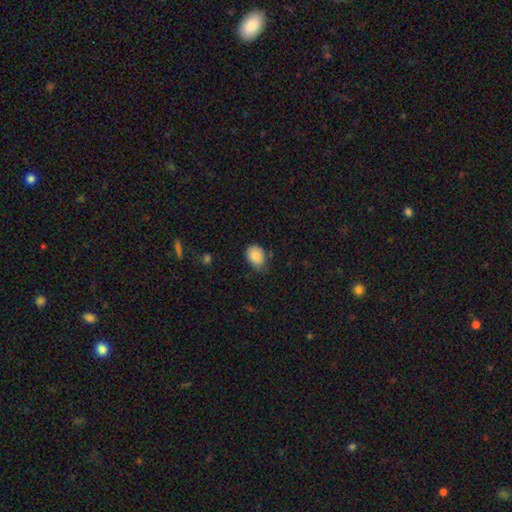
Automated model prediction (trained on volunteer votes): A smooth galaxy with no disk features (85%) that is in between round and cigar-shaped (64%).

Vote fractions:
- Smooth or featured? smooth: 85% / star or artifact: 8% / featured or disk: 7%
- How rounded? in between: 64% / round: 35% / cigar-shaped: 1%
- Merging? none: 64% / minor disturbance: 29% / major disturbance: 5% / merger: 2%